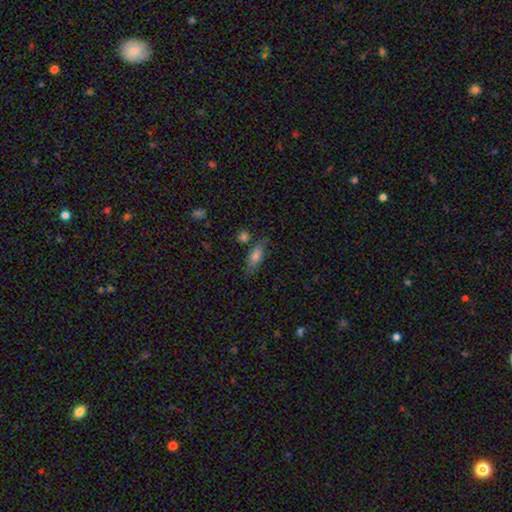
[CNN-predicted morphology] Q: Smooth or featured?
A: smooth (76%); runner-up: featured or disk (15%)
Q: How rounded?
A: in between (73%); runner-up: cigar-shaped (24%)
Q: Merging?
A: none (68%); runner-up: minor disturbance (19%)